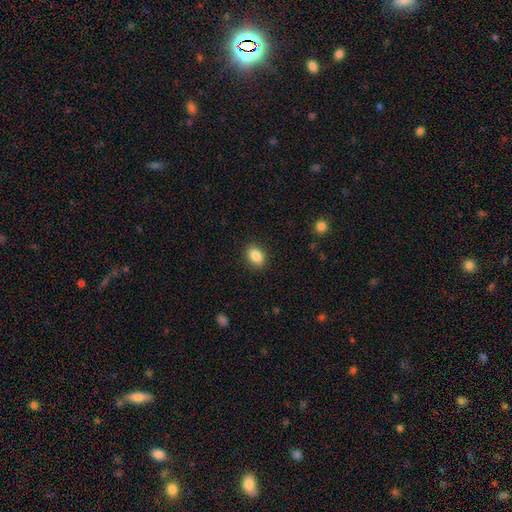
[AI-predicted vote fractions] Smooth or featured: smooth — 87% (star or artifact — 8%)
How rounded: in between — 76% (round — 23%)
Merging: none — 89% (minor disturbance — 8%)